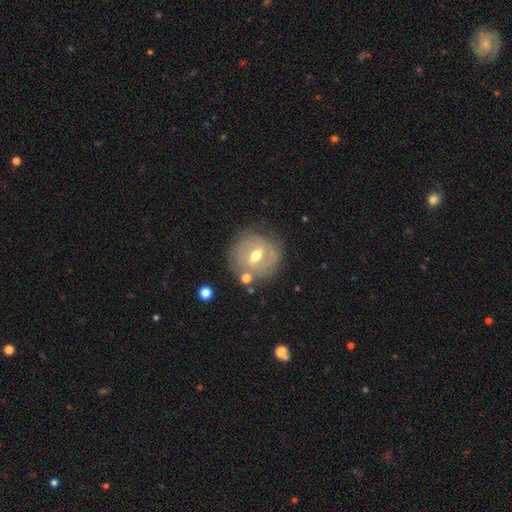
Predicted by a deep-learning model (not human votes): Smooth or featured? featured or disk (66%)
Edge-on disk? no (93%)
Bar? weak (51%)
Spiral arms? yes (54%)
Bulge size? moderate (74%)
Merging? none (73%)